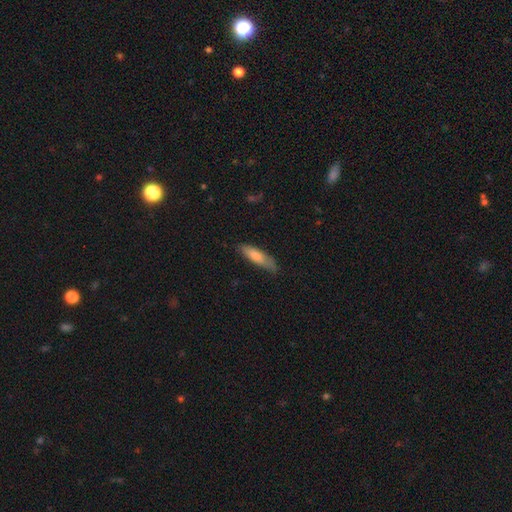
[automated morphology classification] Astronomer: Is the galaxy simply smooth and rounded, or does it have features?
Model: smooth — 65%.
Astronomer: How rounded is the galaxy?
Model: cigar-shaped — 73%.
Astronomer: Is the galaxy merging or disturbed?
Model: none — 79%.